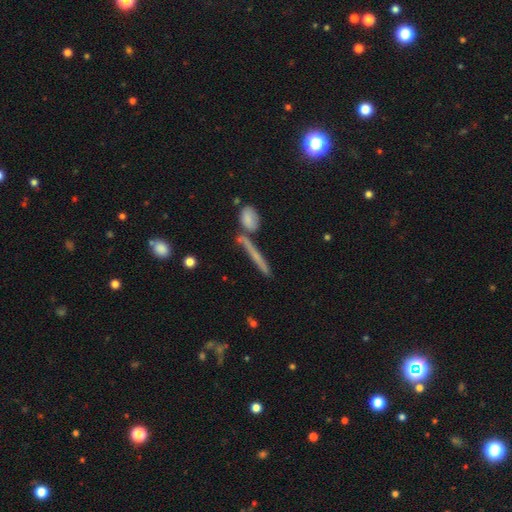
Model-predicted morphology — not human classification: Smooth or featured?
  - smooth: 44% *
  - featured or disk: 43%
  - star or artifact: 12%
Merging?
  - none: 61% *
  - merger: 20%
  - minor disturbance: 13%
  - major disturbance: 6%